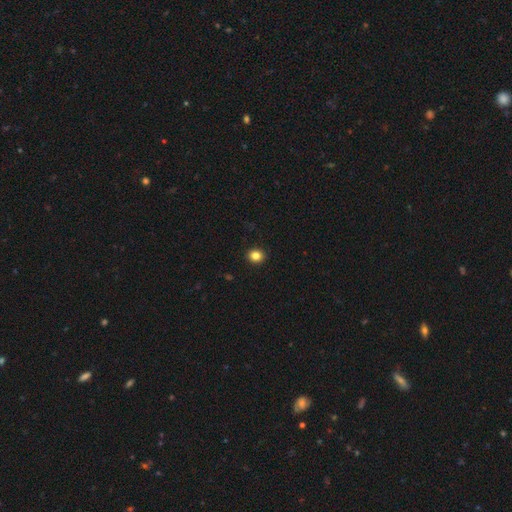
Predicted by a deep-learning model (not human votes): This is clearly a smooth galaxy (84%). How rounded: likely round (69%). Merging: clearly none (92%).